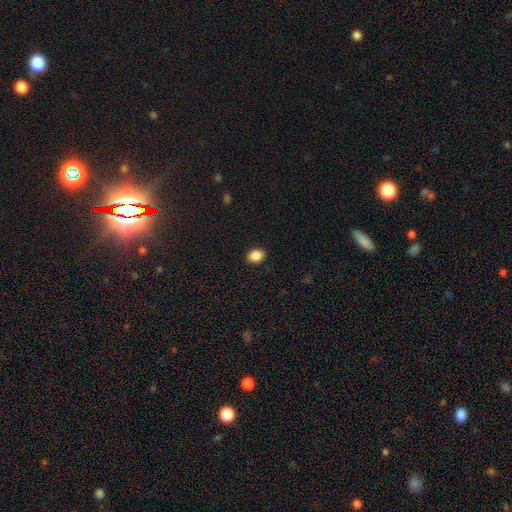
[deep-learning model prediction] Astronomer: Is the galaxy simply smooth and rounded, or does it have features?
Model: smooth — 89%.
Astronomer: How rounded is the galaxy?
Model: in between — 64%.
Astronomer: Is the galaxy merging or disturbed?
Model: none — 90%.